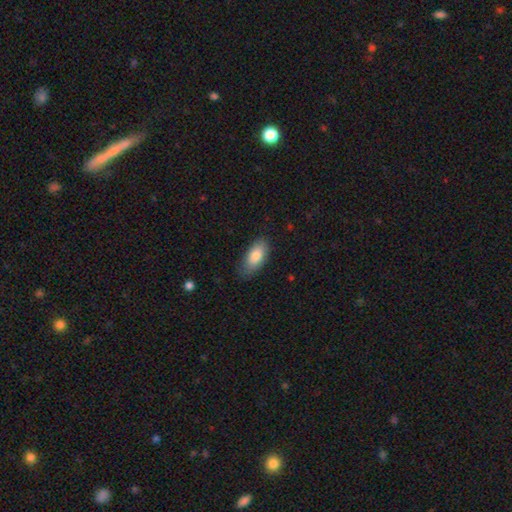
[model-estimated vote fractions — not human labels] smooth-or-featured: smooth: 82% | featured or disk: 12% | star or artifact: 6%
  how-rounded: in between: 90% | cigar-shaped: 7% | round: 3%
  merging: none: 75% | minor disturbance: 20% | major disturbance: 4% | merger: 1%